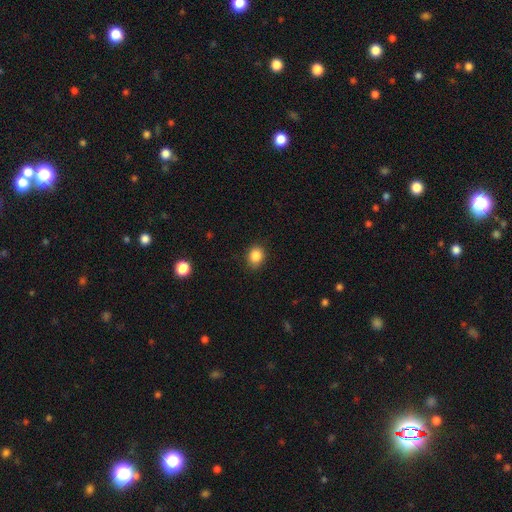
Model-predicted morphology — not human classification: smooth_or_featured: smooth (p=0.86) [alt: star or artifact p=0.10]
how_rounded: round (p=0.58) [alt: in between p=0.41]
merging: none (p=0.86) [alt: minor disturbance p=0.10]